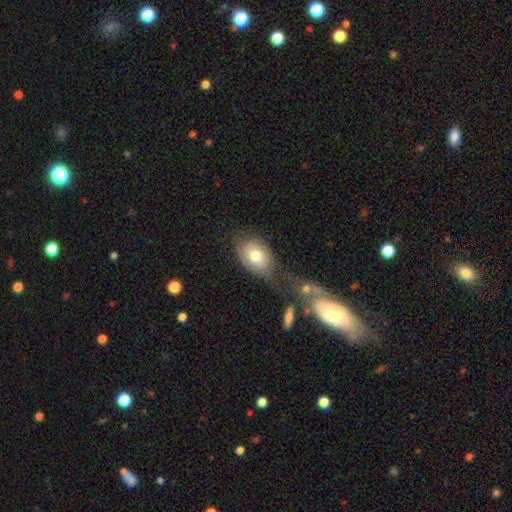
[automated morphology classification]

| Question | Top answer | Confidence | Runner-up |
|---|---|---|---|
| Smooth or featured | smooth | 73% | featured or disk (20%) |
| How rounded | in between | 80% | round (19%) |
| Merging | none | 46% | minor disturbance (21%) |